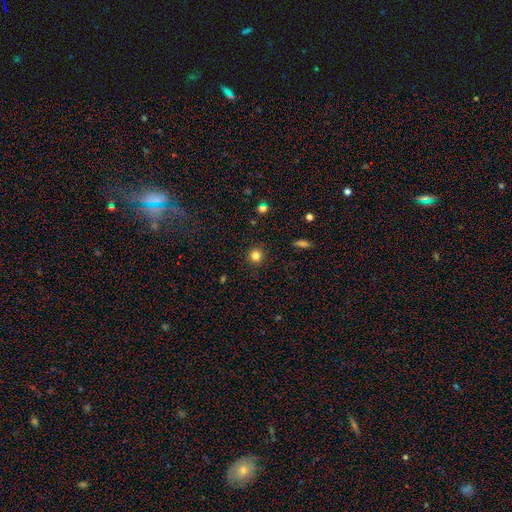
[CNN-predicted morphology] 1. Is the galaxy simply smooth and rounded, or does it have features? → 82% smooth, 13% star or artifact, 5% featured or disk.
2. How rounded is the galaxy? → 94% round, 5% in between, 1% cigar-shaped.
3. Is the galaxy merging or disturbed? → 91% none, 6% minor disturbance, 2% major disturbance, 1% merger.